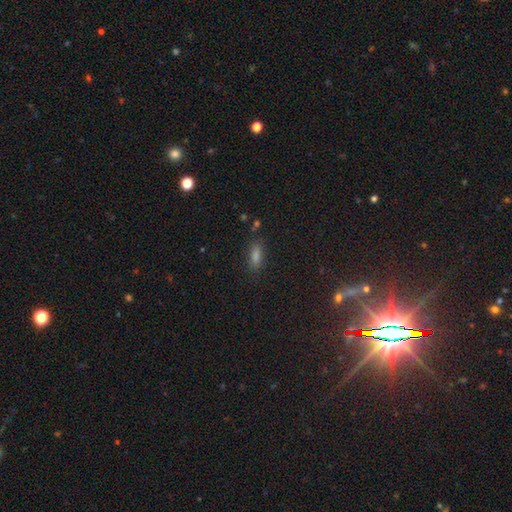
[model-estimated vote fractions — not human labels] smooth 64%, star or artifact 25%, featured or disk 11%. Down the decision tree: how rounded — in between (69%); merging — none (80%).